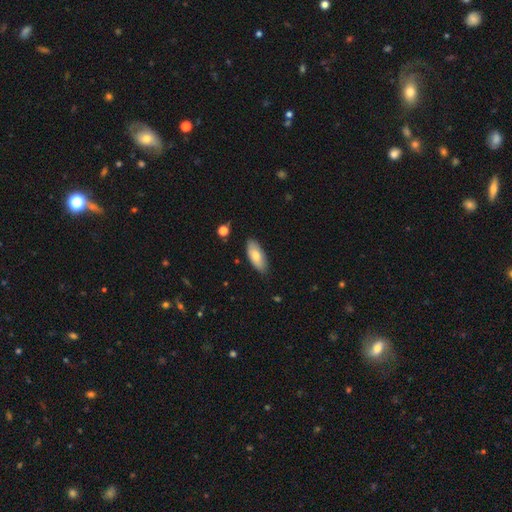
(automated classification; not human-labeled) This appears to be a smooth galaxy with no disk features (75%) that is in between round and cigar-shaped (86%). Merging: none (85%).